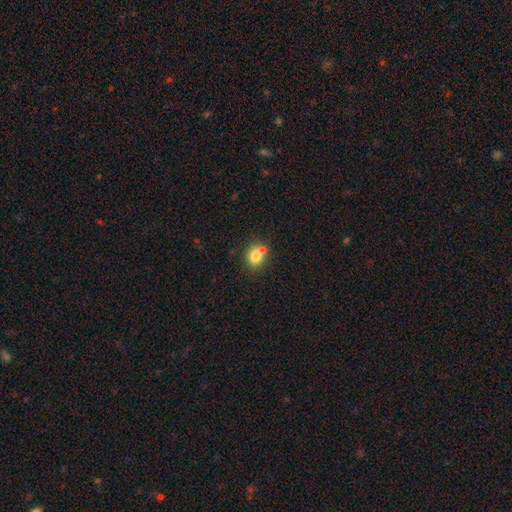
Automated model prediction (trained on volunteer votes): This is likely a smooth galaxy (78%). How rounded: likely round (66%). Merging: possibly none (52%).